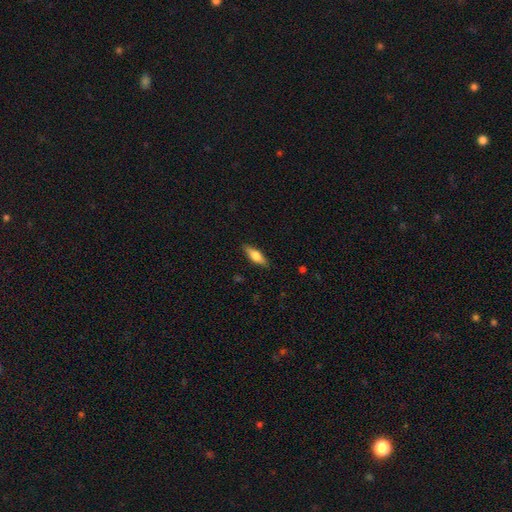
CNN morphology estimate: Smooth or featured? Predicted: smooth (p=0.61). How rounded? Predicted: in between (p=0.52). Merging? Predicted: none (p=0.87).